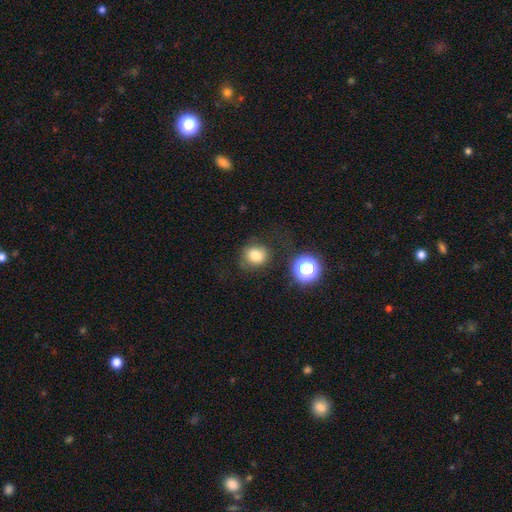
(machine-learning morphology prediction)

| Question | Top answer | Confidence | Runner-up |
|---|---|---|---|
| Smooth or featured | smooth | 79% | star or artifact (14%) |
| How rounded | round | 76% | in between (23%) |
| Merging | none | 74% | minor disturbance (16%) |